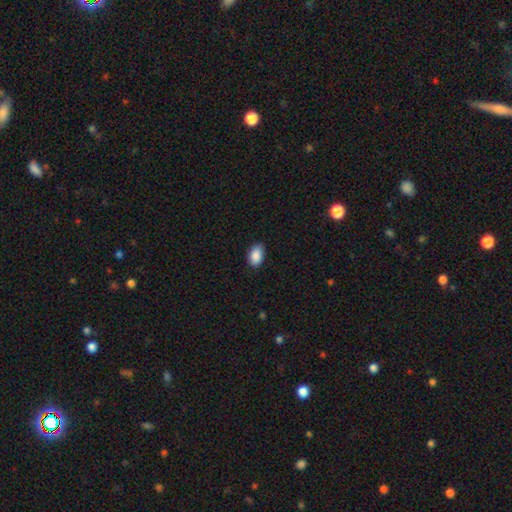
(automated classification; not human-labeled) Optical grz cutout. It shows a smooth galaxy with no disk features (88%) that is in between round and cigar-shaped (90%). Merging: none (81%).